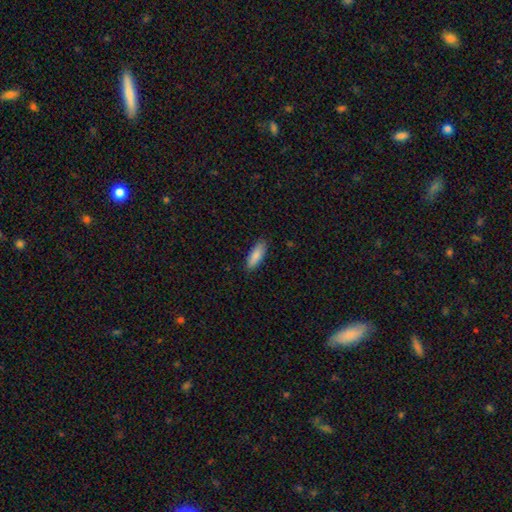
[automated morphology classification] This appears to be a smooth galaxy with no disk features (87%) that is in between round and cigar-shaped (64%). Merging: none (86%).